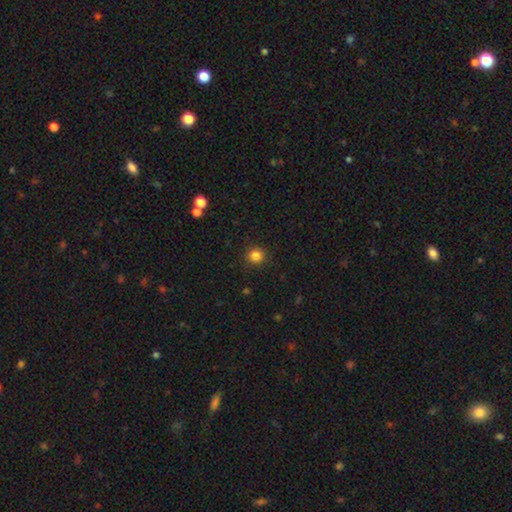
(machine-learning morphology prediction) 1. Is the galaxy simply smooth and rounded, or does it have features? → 84% smooth, 12% star or artifact, 4% featured or disk.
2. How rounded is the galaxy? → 93% round, 6% in between, 1% cigar-shaped.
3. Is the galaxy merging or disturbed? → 91% none, 6% minor disturbance, 2% major disturbance, 1% merger.